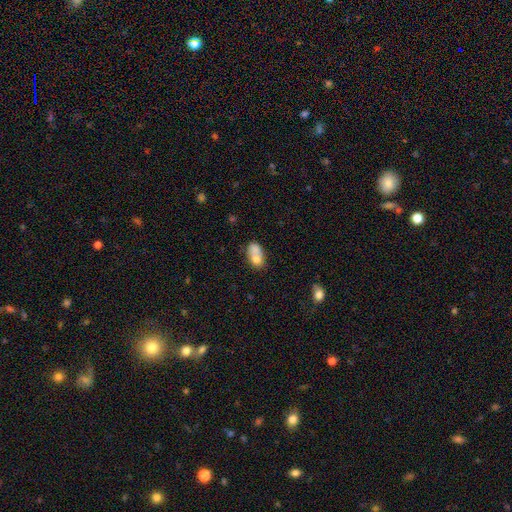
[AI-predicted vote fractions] This is likely a smooth galaxy (71%). How rounded: likely in between (77%). Merging: possibly merger (54%).